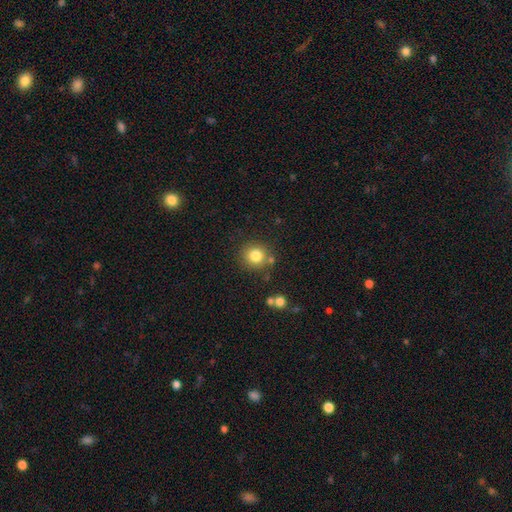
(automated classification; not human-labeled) smooth_or_featured: smooth (p=0.81) [alt: star or artifact p=0.11]
how_rounded: round (p=0.91) [alt: in between p=0.08]
merging: none (p=0.80) [alt: minor disturbance p=0.09]